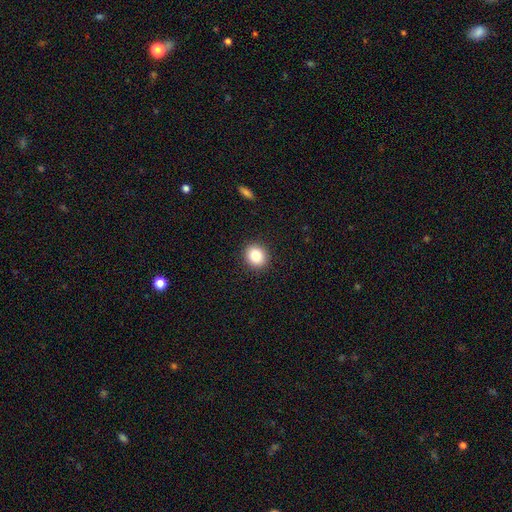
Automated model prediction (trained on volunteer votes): This is clearly a smooth galaxy (83%). How rounded: likely round (77%). Merging: clearly none (92%).